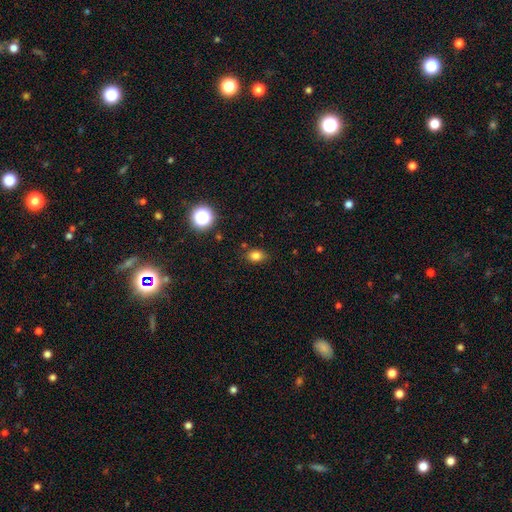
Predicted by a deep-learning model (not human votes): smooth 80%, star or artifact 14%, featured or disk 6%. Down the decision tree: how rounded — in between (67%); merging — none (83%).